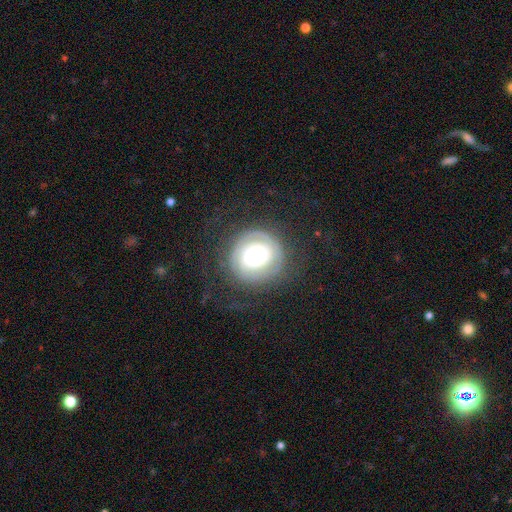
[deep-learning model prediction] The model was most divided on "bulge size": moderate: 33%, large: 29%, small: 25%, dominant: 11%, none: 2%. More confident: edge-on disk — no (97%); bar — no (79%); spiral arms — yes (74%); merging — none (62%); smooth or featured — featured or disk (61%).